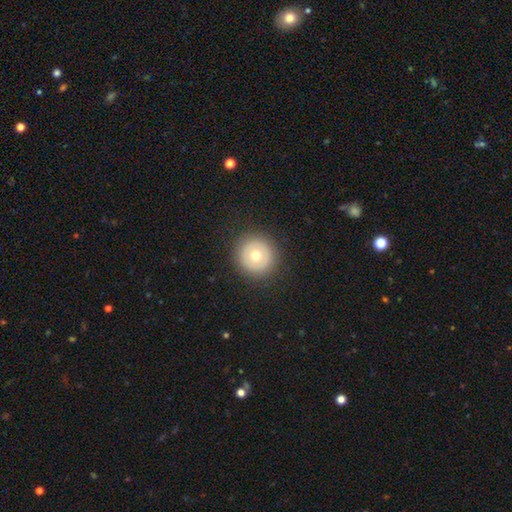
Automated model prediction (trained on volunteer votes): Smooth or featured: smooth — 60% (featured or disk — 31%)
How rounded: round — 96% (in between — 3%)
Merging: none — 91% (minor disturbance — 6%)